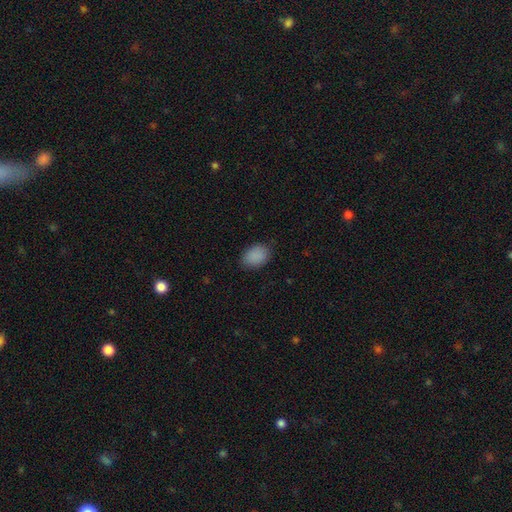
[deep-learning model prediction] Morphology: type=smooth (89%); roundness=in between (83%); merging=none (83%).